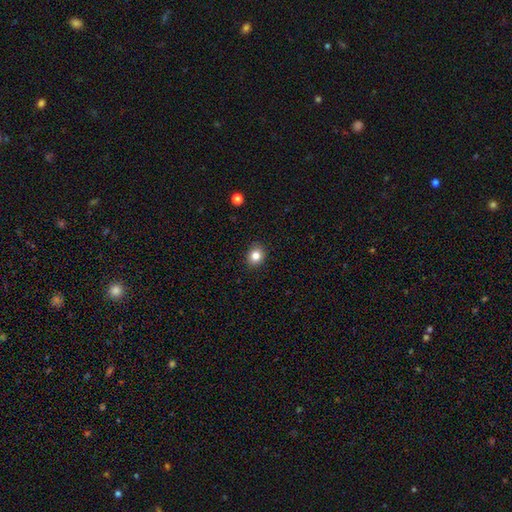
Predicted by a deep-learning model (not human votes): Overall: smooth (82%). How rounded: round (64%; in between 35%). Merging: none (90%).